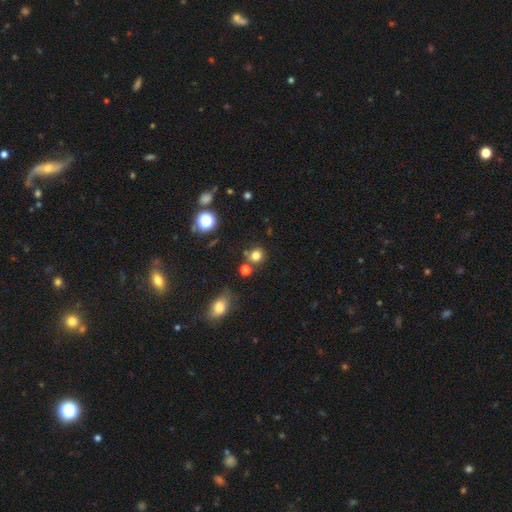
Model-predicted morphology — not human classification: Smooth or featured: smooth — 77% (star or artifact — 16%)
How rounded: round — 83% (in between — 16%)
Merging: none — 74% (merger — 12%)